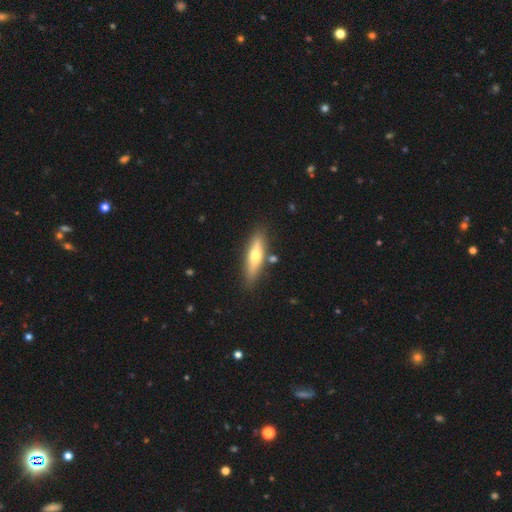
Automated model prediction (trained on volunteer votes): smooth_or_featured: smooth (p=0.50) [alt: featured or disk p=0.44]
how_rounded: cigar-shaped (p=0.68) [alt: in between p=0.30]
merging: none (p=0.82) [alt: minor disturbance p=0.11]